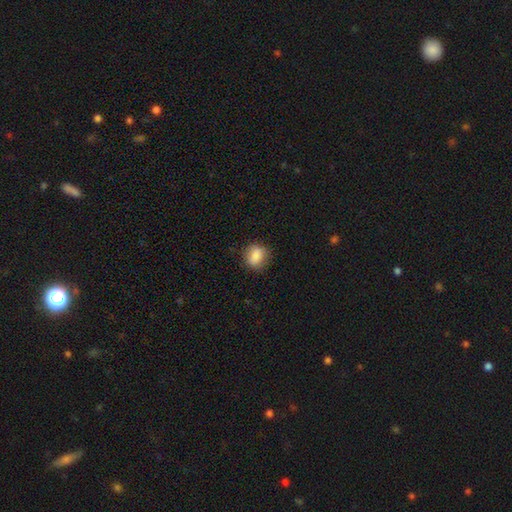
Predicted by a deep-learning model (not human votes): The model was most divided on "how rounded": round: 56%, in between: 42%, cigar-shaped: 2%. More confident: smooth or featured — smooth (85%); merging — none (81%).